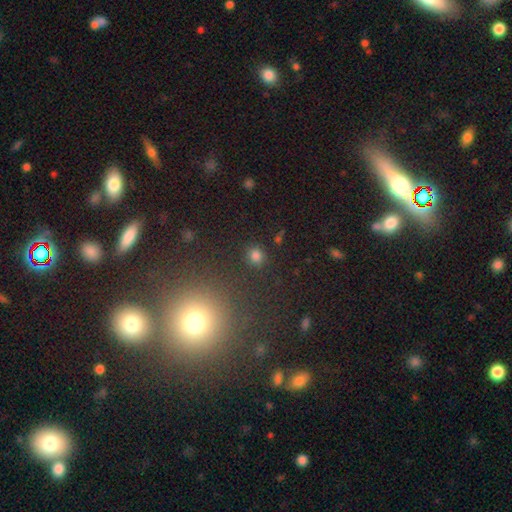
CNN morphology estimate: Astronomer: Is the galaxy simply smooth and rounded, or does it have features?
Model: smooth — 79%.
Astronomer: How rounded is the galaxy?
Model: round — 81%.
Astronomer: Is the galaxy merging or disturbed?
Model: none — 87%.